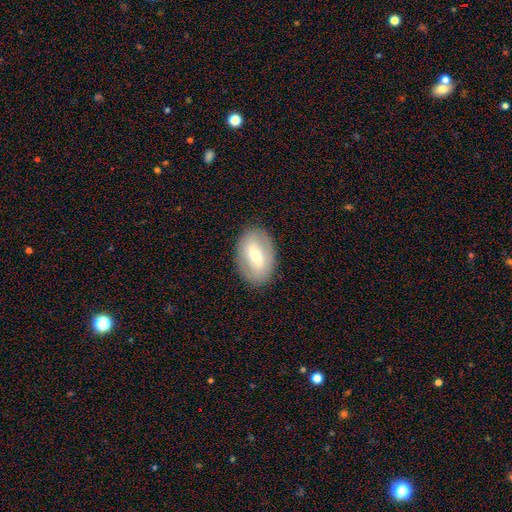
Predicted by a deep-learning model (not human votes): The model was most divided on "smooth or featured": smooth: 50%, featured or disk: 42%, star or artifact: 7%. More confident: merging — none (86%); how rounded — in between (82%).